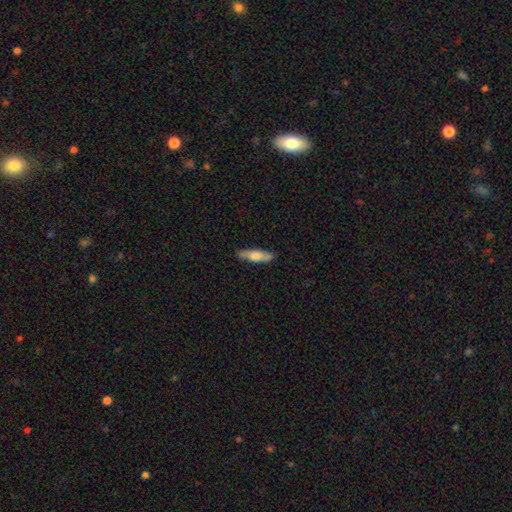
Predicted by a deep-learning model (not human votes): Overall: smooth (67%; featured or disk 27%). How rounded: cigar-shaped (67%; in between 31%). Merging: none (84%).